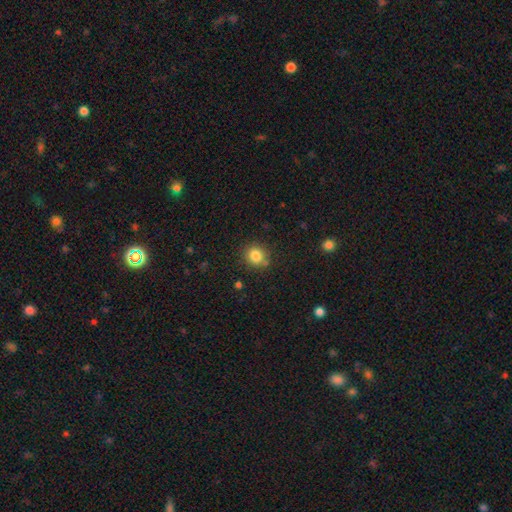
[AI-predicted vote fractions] This is clearly a smooth galaxy (83%). How rounded: clearly round (84%). Merging: clearly none (81%).